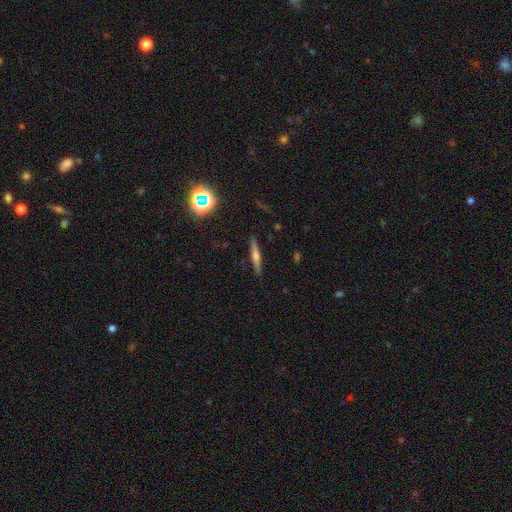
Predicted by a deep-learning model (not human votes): smooth-or-featured: featured or disk: 51% | smooth: 40% | star or artifact: 9%
  disk-edge-on: yes: 96% | no: 4%
  merging: none: 90% | minor disturbance: 7% | major disturbance: 2% | merger: 1%